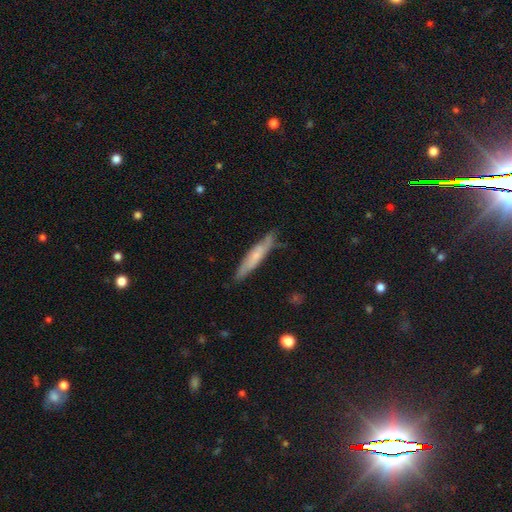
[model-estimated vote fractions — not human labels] A smooth galaxy with no disk features (52%) that is cigar-shaped (90%). Merging: none (79%).